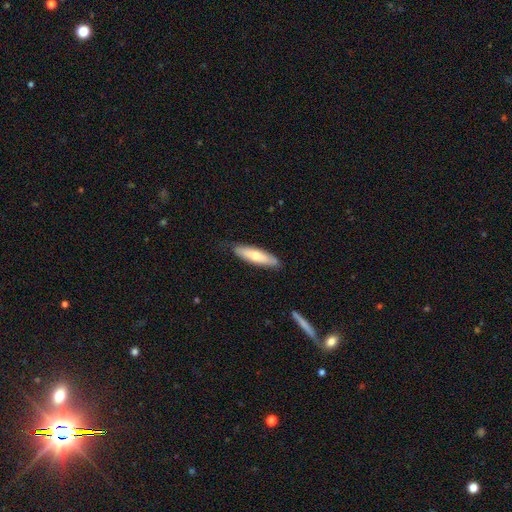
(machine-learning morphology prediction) Q: Smooth or featured?
A: smooth (61%); runner-up: featured or disk (33%)
Q: How rounded?
A: cigar-shaped (69%); runner-up: in between (30%)
Q: Merging?
A: none (81%); runner-up: minor disturbance (15%)